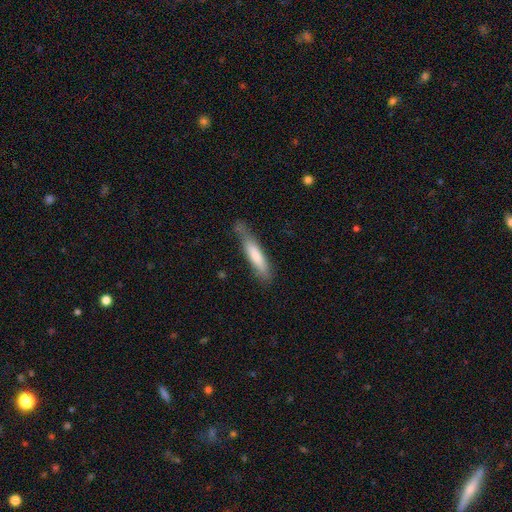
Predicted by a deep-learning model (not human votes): Overall: smooth (74%). How rounded: cigar-shaped (83%). Merging: none (62%; minor disturbance 27%).